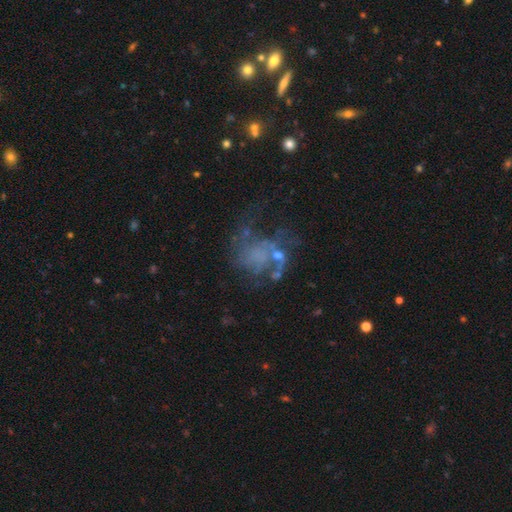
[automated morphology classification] A featured or disk galaxy (60%) with no bar (85%), no spiral arms (52%) and no central bulge (57%). Merging: major disturbance (39%).